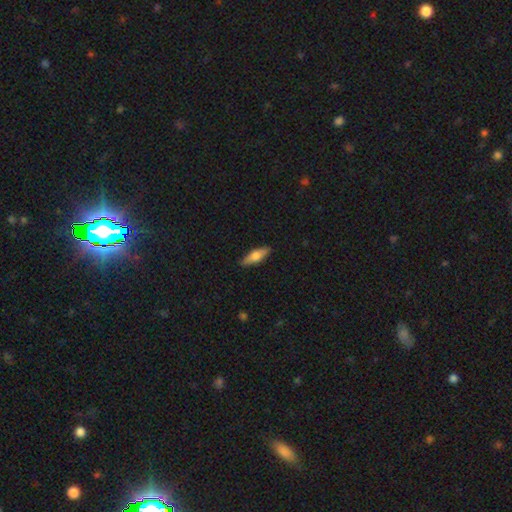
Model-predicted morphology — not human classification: This appears to be a smooth galaxy with no disk features (57%) that is cigar-shaped (51%). Merging: none (88%).